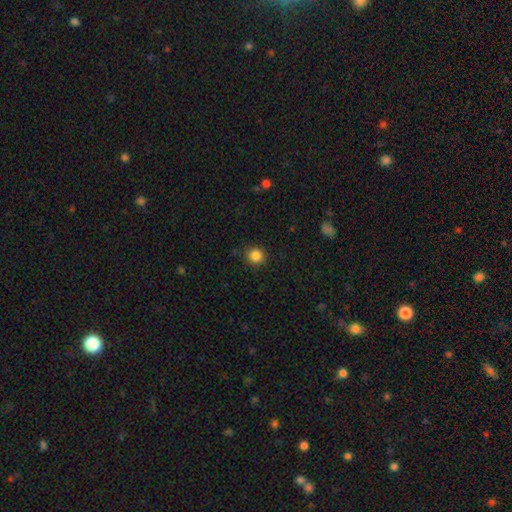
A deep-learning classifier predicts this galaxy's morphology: This is clearly a smooth galaxy (85%). How rounded: clearly round (92%). Merging: clearly none (90%).